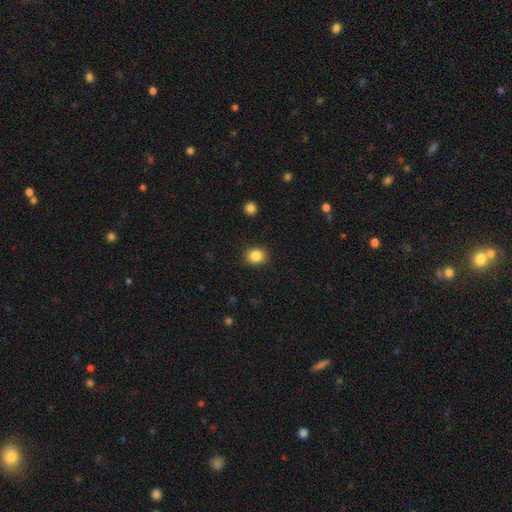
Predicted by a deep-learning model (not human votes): Q: Smooth or featured?
A: smooth (86%); runner-up: star or artifact (10%)
Q: How rounded?
A: round (67%); runner-up: in between (32%)
Q: Merging?
A: none (89%); runner-up: minor disturbance (8%)